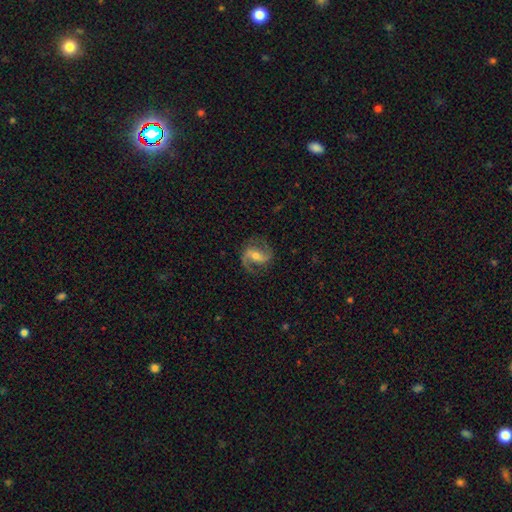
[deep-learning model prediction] A featured or disk galaxy (84%) with a weak bar (43%), 2 (88%) medium (49%) spiral arms (95%) and a moderate central bulge (58%).

Vote fractions:
- Smooth or featured? featured or disk: 84% / smooth: 10% / star or artifact: 6%
- Edge-on disk? no: 97% / yes: 3%
- Bar? weak: 43% / strong: 35% / no: 23%
- Spiral arms? yes: 95% / no: 5%
- Spiral winding? medium: 49% / loose: 37% / tight: 14%
- Spiral arm count? 2: 88% / 1: 6% / can't tell: 3% / 3: 1% / 4: 1% / more than 4: 1%
- Bulge size? moderate: 58% / small: 35% / large: 4% / none: 2% / dominant: 1%
- Merging? none: 77% / minor disturbance: 14% / major disturbance: 8% / merger: 1%